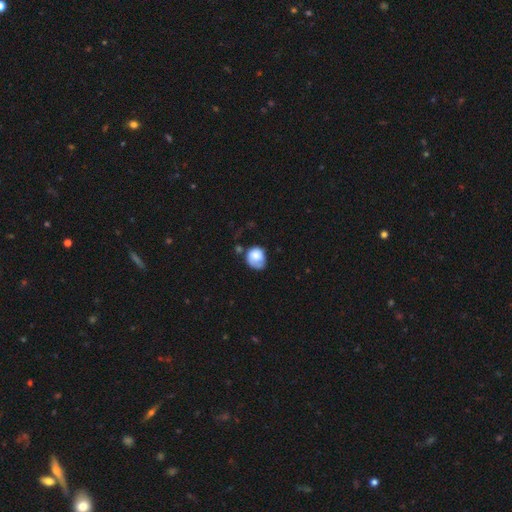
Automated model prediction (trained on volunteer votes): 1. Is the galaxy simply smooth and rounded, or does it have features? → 75% smooth, 18% featured or disk, 7% star or artifact.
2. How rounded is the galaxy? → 68% round, 31% in between, 1% cigar-shaped.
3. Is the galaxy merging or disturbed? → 37% none, 36% minor disturbance, 20% major disturbance, 7% merger.